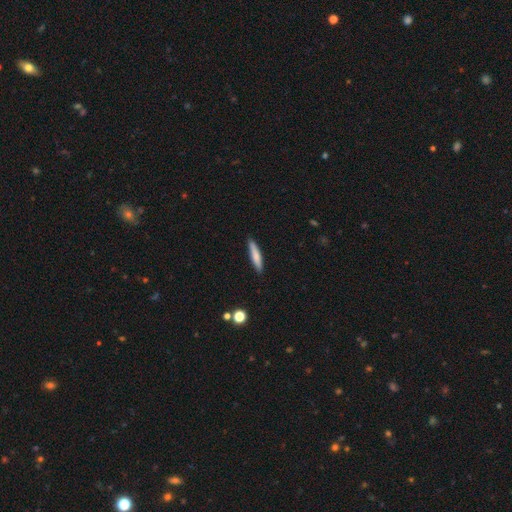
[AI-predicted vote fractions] A smooth galaxy with no disk features (75%) that is cigar-shaped (88%). Merging: none (87%).